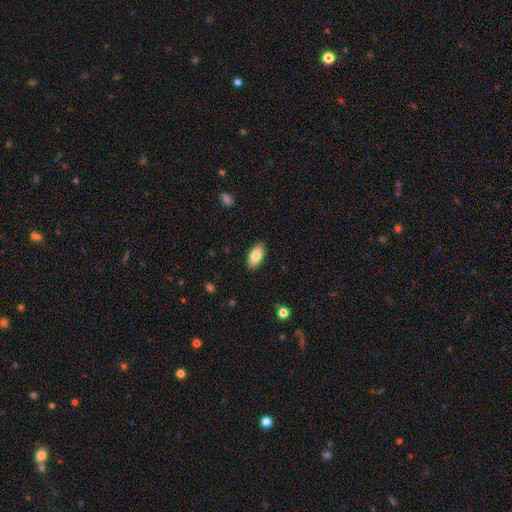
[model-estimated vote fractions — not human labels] Overall: smooth (81%). How rounded: in between (93%). Merging: none (89%).